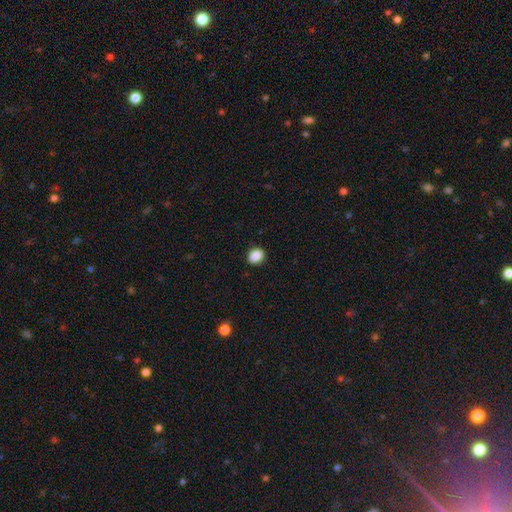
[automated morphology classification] The model was most divided on "how rounded": in between: 52%, round: 47%, cigar-shaped: 1%. More confident: merging — none (89%); smooth or featured — smooth (88%).